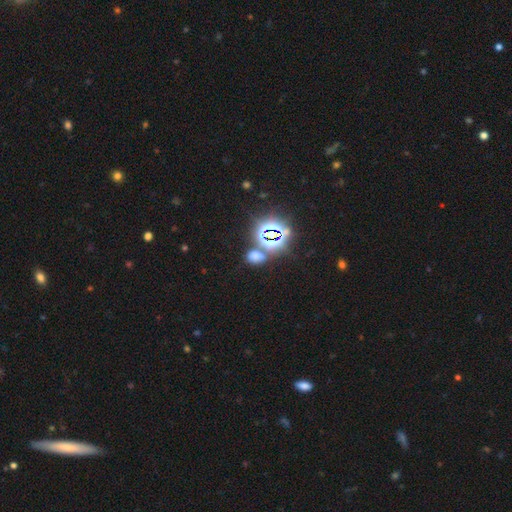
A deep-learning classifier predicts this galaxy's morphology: smooth_or_featured: star or artifact (p=0.48) [alt: smooth p=0.45]